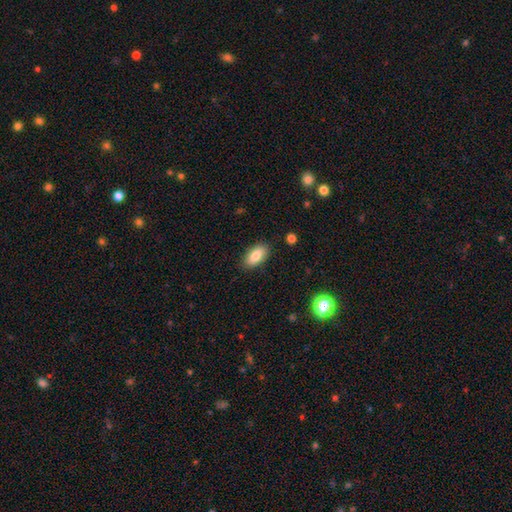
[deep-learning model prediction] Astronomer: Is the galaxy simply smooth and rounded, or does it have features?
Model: smooth — 83%.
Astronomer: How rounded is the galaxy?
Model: in between — 90%.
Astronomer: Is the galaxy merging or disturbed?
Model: none — 85%.